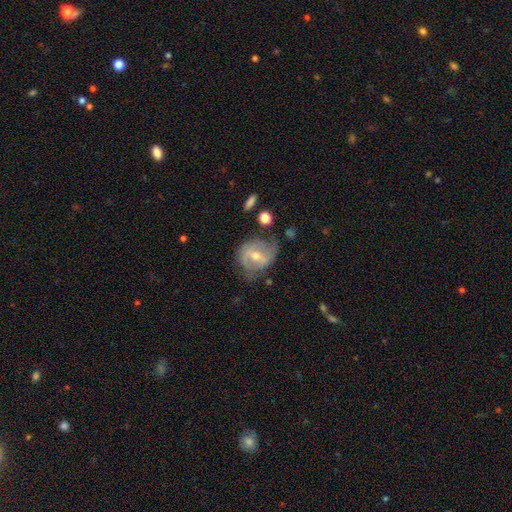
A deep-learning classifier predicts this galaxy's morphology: Smooth or featured? Predicted: featured or disk (p=0.76). Edge-on disk? Predicted: no (p=0.96). Bar? Predicted: weak (p=0.47). Spiral arms? Predicted: yes (p=0.84). Spiral winding? Predicted: medium (p=0.43). Spiral arm count? Predicted: 2 (p=0.73). Bulge size? Predicted: moderate (p=0.55). Merging? Predicted: none (p=0.60).